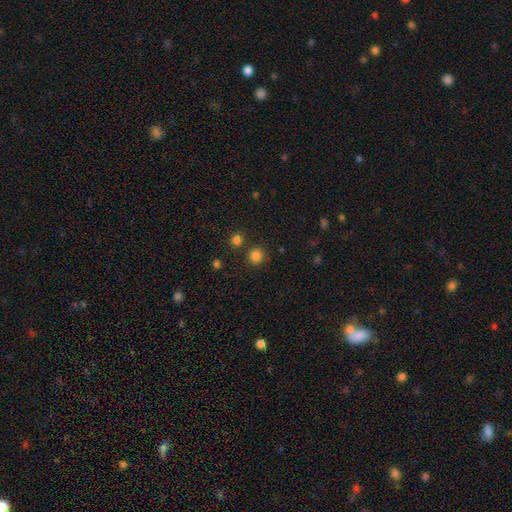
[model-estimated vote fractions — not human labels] smooth 82%, star or artifact 14%, featured or disk 4%. Down the decision tree: how rounded — round (92%); merging — none (84%).